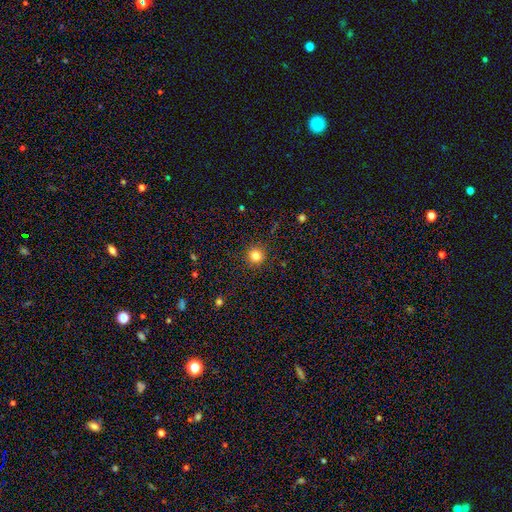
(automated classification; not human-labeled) Morphology: type=smooth (82%); roundness=round (94%); merging=none (91%).